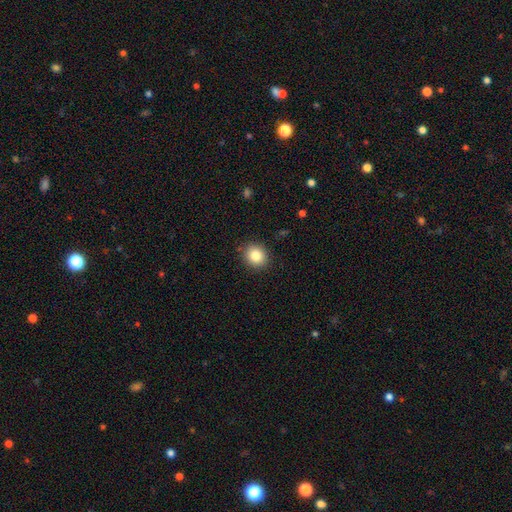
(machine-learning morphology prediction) smooth 84%, star or artifact 9%, featured or disk 6%. Down the decision tree: how rounded — round (76%); merging — none (90%).